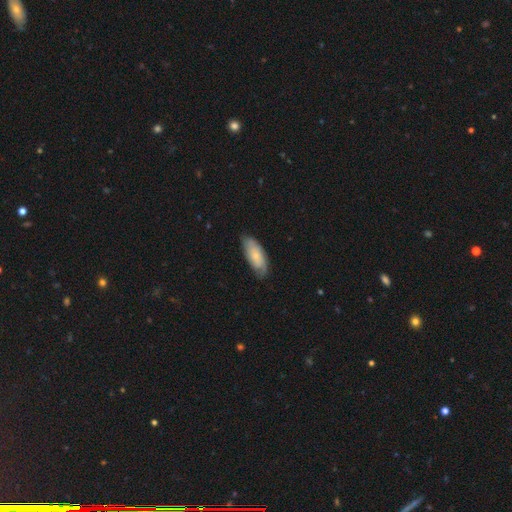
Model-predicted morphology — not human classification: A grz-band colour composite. It shows a smooth galaxy with no disk features (55%) that is in between round and cigar-shaped (81%). Merging: none (68%).